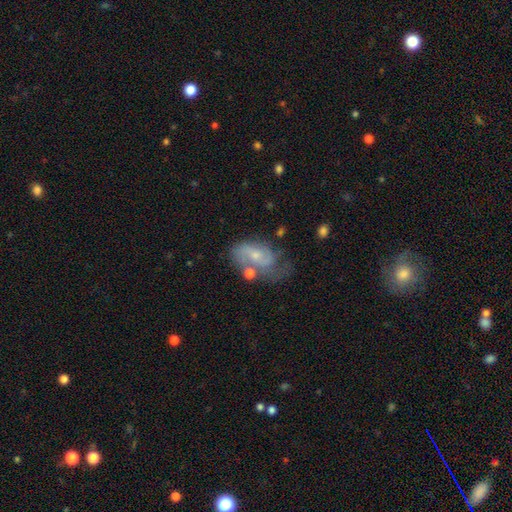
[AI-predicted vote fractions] A featured or disk galaxy (64%) with no bar (61%), 2 (56%) medium (43%) spiral arms (83%) and a small central bulge (59%).

Vote fractions:
- Smooth or featured? featured or disk: 64% / smooth: 28% / star or artifact: 8%
- Edge-on disk? no: 96% / yes: 4%
- Bar? no: 61% / weak: 33% / strong: 6%
- Spiral arms? yes: 83% / no: 17%
- Spiral winding? medium: 43% / tight: 29% / loose: 28%
- Spiral arm count? 2: 56% / can't tell: 22% / 1: 15% / 3: 4% / 4: 2% / more than 4: 1%
- Bulge size? small: 59% / moderate: 33% / none: 5% / large: 2% / dominant: 1%
- Merging? none: 40% / minor disturbance: 27% / major disturbance: 22% / merger: 11%